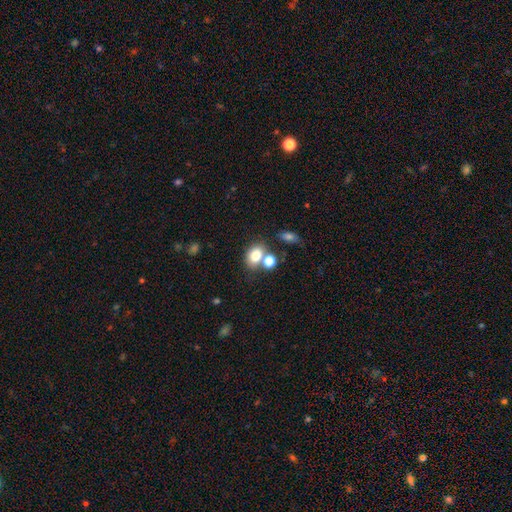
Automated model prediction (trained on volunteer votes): Smooth or featured? smooth (79%)
How rounded? in between (66%)
Merging? none (52%)